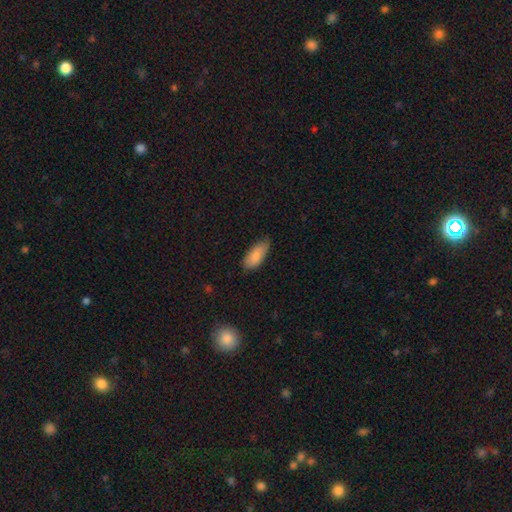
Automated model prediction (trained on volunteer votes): Smooth or featured?
  - smooth: 85% *
  - featured or disk: 9%
  - star or artifact: 6%
How rounded?
  - in between: 85% *
  - cigar-shaped: 14%
  - round: 2%
Merging?
  - none: 71% *
  - minor disturbance: 25%
  - major disturbance: 3%
  - merger: 1%